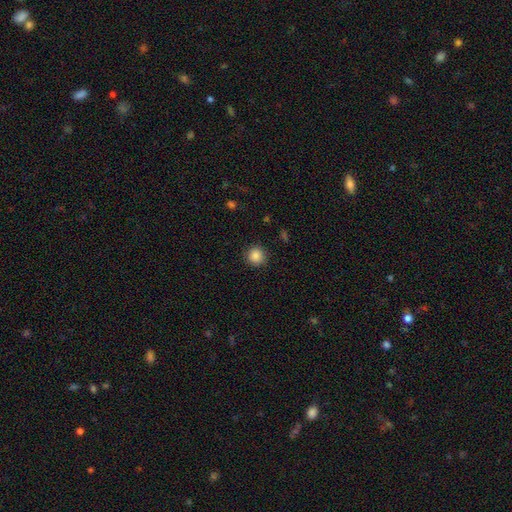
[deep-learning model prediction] Overall: smooth (86%). How rounded: round (93%). Merging: none (91%).